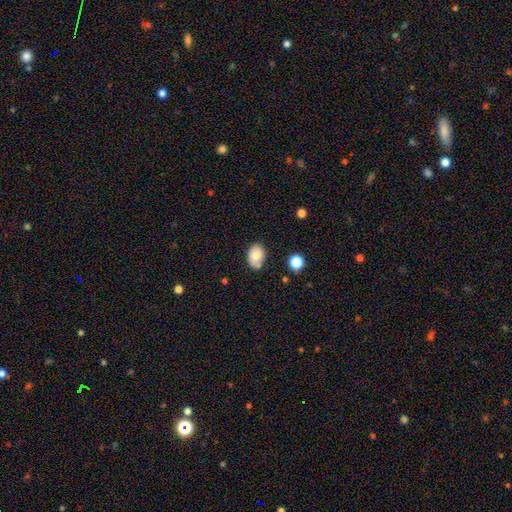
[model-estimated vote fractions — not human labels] smooth_or_featured: smooth (p=0.78) [alt: featured or disk p=0.13]
how_rounded: in between (p=0.78) [alt: round p=0.21]
merging: none (p=0.65) [alt: minor disturbance p=0.24]